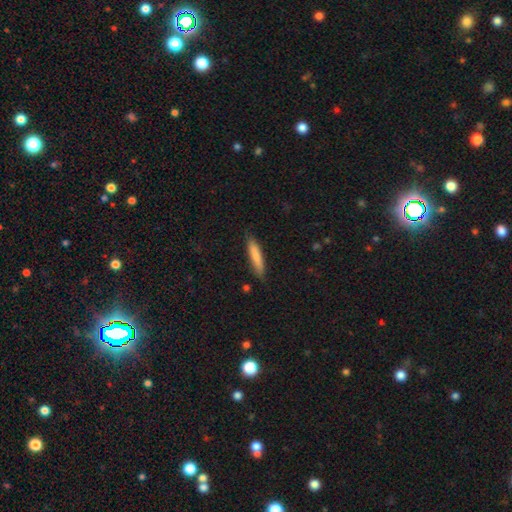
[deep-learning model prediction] A smooth galaxy with no disk features (81%) that is cigar-shaped (88%). Merging: none (84%).